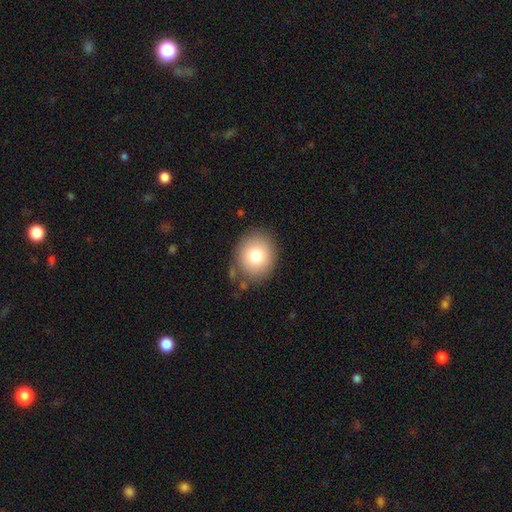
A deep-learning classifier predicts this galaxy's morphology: This appears to be a smooth galaxy with no disk features (79%) that is round (73%). Merging: none (80%).